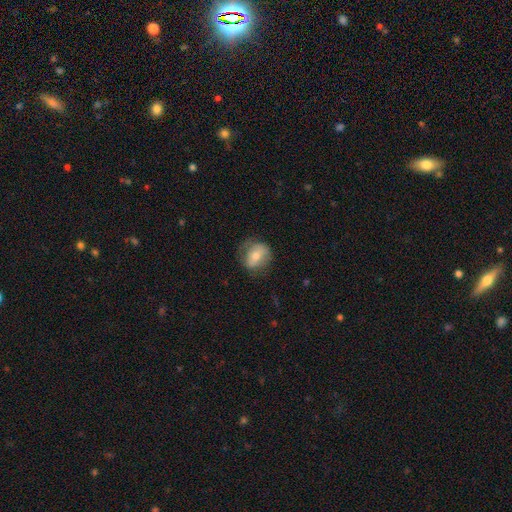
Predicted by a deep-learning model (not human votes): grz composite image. It shows a smooth galaxy with no disk features (57%) that is round (58%). Merging: none (68%).